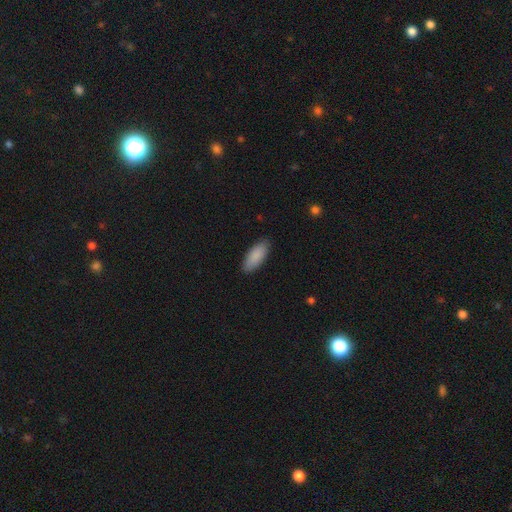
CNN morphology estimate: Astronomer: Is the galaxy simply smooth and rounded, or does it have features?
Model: smooth — 89%.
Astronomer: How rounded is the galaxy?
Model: in between — 82%.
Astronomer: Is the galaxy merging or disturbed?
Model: none — 87%.